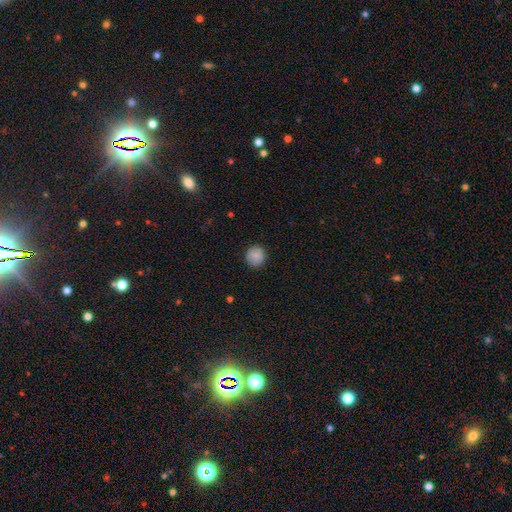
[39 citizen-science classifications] A smooth galaxy with no disk features (85%) that is round (94%).

Vote fractions:
- Smooth or featured? smooth: 85% / featured or disk: 8% / star or artifact: 8%
- How rounded? round: 94% / in between: 6% / cigar-shaped: 0%
- Merging? none: 97% / minor disturbance: 3% / major disturbance: 0% / merger: 0%